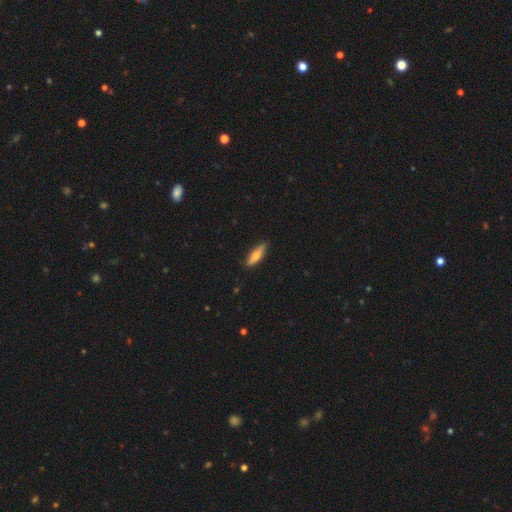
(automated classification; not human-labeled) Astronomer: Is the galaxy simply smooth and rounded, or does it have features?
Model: smooth — 66%.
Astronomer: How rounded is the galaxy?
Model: cigar-shaped — 63%.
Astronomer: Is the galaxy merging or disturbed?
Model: none — 84%.